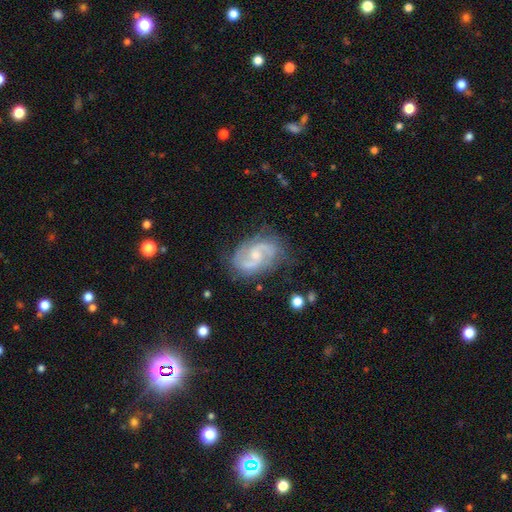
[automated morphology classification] featured or disk 86%, smooth 9%, star or artifact 6%. Down the decision tree: edge-on disk — no (97%); bar — no (50%); spiral arms — yes (96%); spiral arm count — 2 (88%); spiral winding — medium (54%); bulge size — small (59%); merging — none (76%).